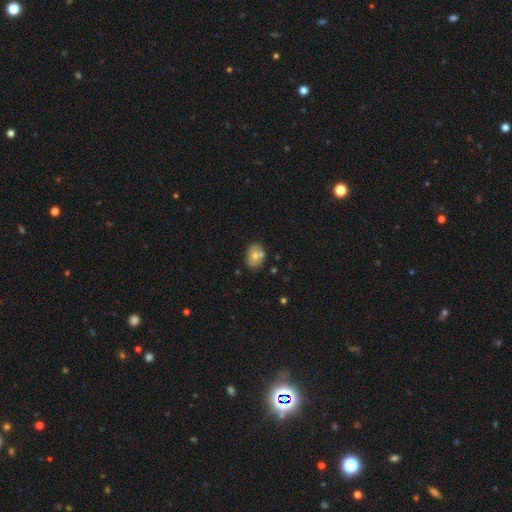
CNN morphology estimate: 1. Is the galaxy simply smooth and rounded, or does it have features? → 66% smooth, 25% featured or disk, 9% star or artifact.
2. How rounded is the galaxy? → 67% in between, 32% round, 1% cigar-shaped.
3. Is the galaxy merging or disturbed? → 65% none, 16% merger, 16% minor disturbance, 4% major disturbance.